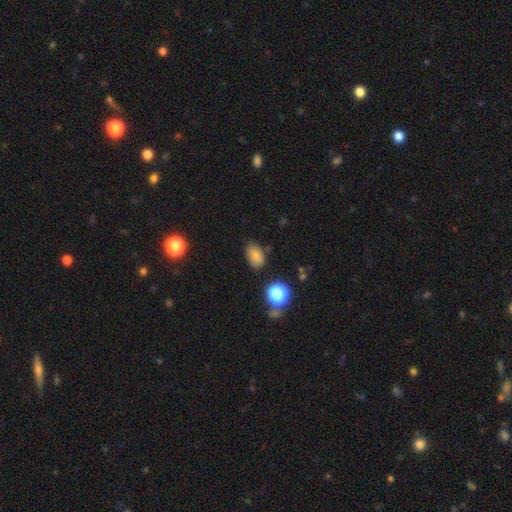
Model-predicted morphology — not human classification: Smooth or featured: smooth — 79% (star or artifact — 14%)
How rounded: in between — 86% (round — 13%)
Merging: none — 75% (minor disturbance — 17%)